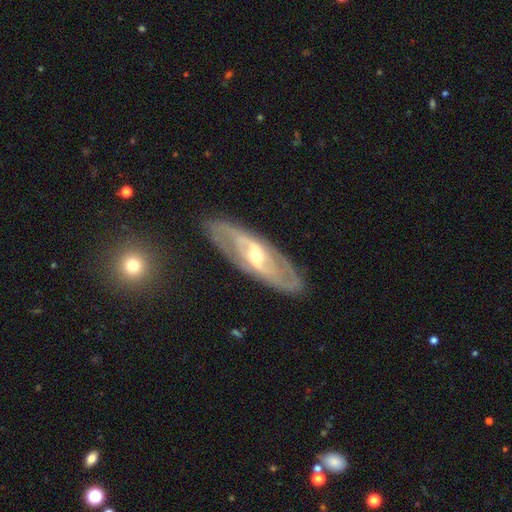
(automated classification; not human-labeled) Smooth or featured?
  - featured or disk: 82% *
  - smooth: 13%
  - star or artifact: 5%
Edge-on disk?
  - no: 83% *
  - yes: 17%
Bar?
  - weak: 41% *
  - strong: 33%
  - no: 27%
Spiral arms?
  - yes: 76% *
  - no: 24%
Spiral winding?
  - tight: 45% *
  - medium: 39%
  - loose: 16%
Spiral arm count?
  - 2: 66% *
  - can't tell: 24%
  - 3: 4%
  - 1: 3%
  - 4: 2%
  - more than 4: 2%
Bulge size?
  - moderate: 52% *
  - small: 43%
  - large: 3%
  - none: 1%
  - dominant: 1%
Merging?
  - none: 83% *
  - minor disturbance: 11%
  - major disturbance: 4%
  - merger: 1%